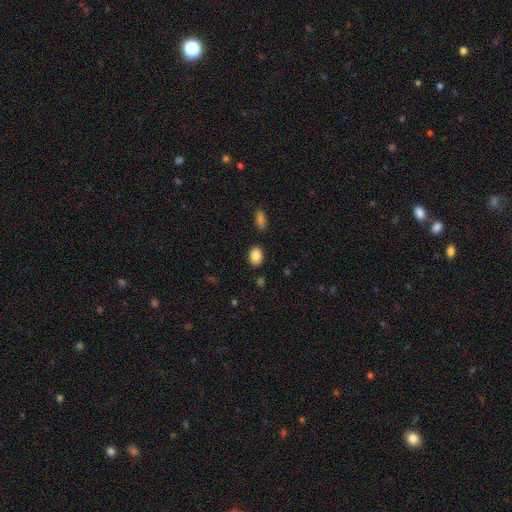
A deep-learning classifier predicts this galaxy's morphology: type=smooth (88%); roundness=in between (80%); merging=none (84%).